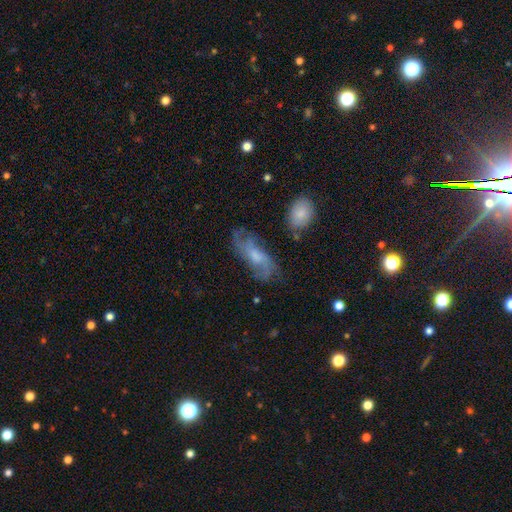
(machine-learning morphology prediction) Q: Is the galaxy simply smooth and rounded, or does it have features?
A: featured or disk — 68%.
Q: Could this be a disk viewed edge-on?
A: no — 90%.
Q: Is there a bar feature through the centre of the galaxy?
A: no — 55%.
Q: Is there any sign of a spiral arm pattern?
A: yes — 86%.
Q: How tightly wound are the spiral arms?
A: medium — 43%.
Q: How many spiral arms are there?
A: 2 — 50%.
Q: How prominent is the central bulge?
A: moderate — 43%.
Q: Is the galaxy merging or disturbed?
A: none — 64%.